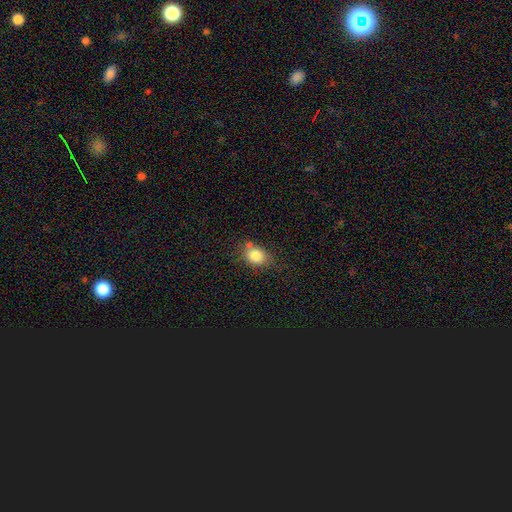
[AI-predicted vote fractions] Smooth or featured? Predicted: smooth (p=0.82). How rounded? Predicted: in between (p=0.52). Merging? Predicted: none (p=0.60).